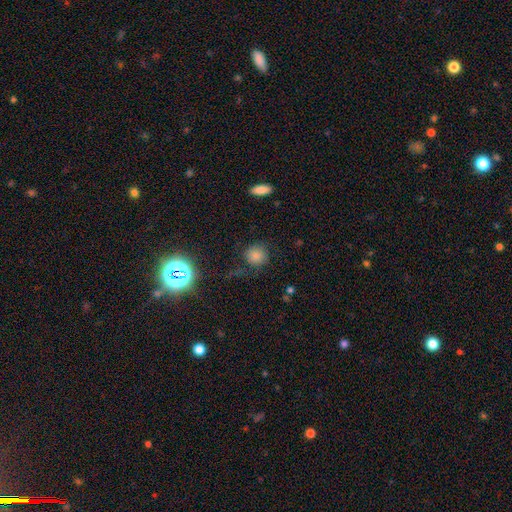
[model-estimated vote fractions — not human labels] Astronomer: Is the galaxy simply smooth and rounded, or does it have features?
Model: smooth — 75%.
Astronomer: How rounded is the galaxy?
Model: round — 88%.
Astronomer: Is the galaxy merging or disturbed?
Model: none — 76%.